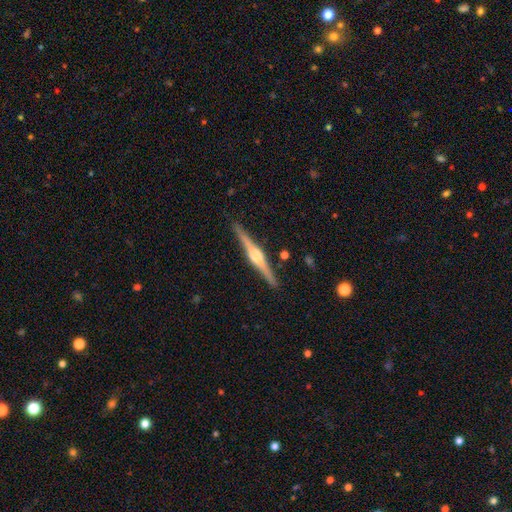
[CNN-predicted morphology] Smooth or featured? featured or disk (83%)
Edge-on disk? yes (99%)
Edge-on bulge? rounded (87%)
Merging? none (91%)